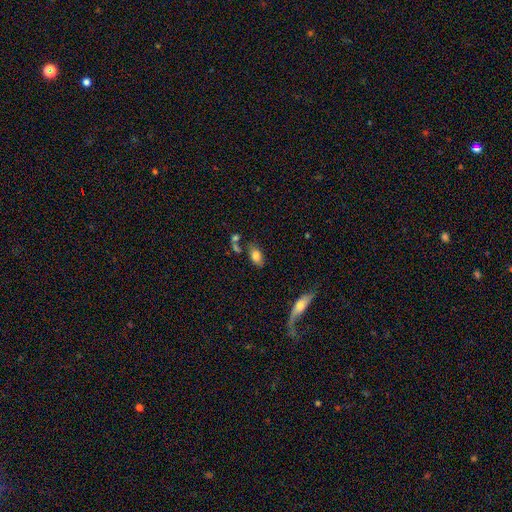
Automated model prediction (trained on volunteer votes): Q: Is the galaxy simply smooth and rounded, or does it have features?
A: smooth — 78%.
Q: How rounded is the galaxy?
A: in between — 87%.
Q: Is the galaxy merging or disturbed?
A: none — 62%.